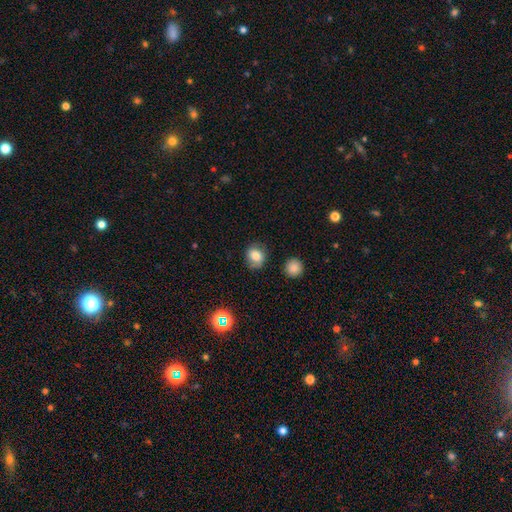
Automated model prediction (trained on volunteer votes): Smooth or featured? Predicted: smooth (p=0.77). How rounded? Predicted: round (p=0.69). Merging? Predicted: none (p=0.73).